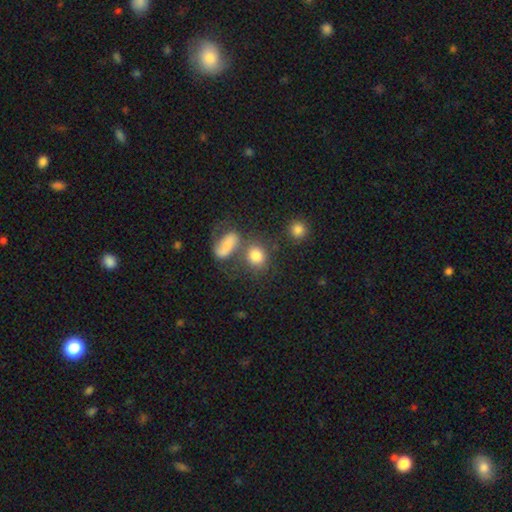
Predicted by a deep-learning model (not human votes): Morphology: type=smooth (79%); roundness=round (61%); merging=none (51%).